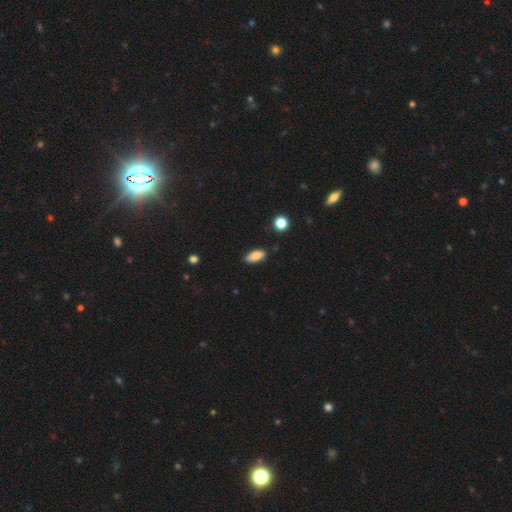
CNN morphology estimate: smooth 85%, featured or disk 8%, star or artifact 7%. Down the decision tree: how rounded — in between (83%); merging — none (84%).